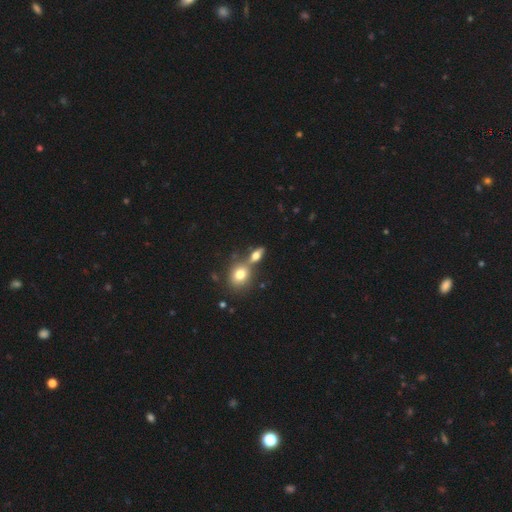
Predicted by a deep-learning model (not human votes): A smooth galaxy with no disk features (67%) that is in between round and cigar-shaped (66%). Merging: none (48%).